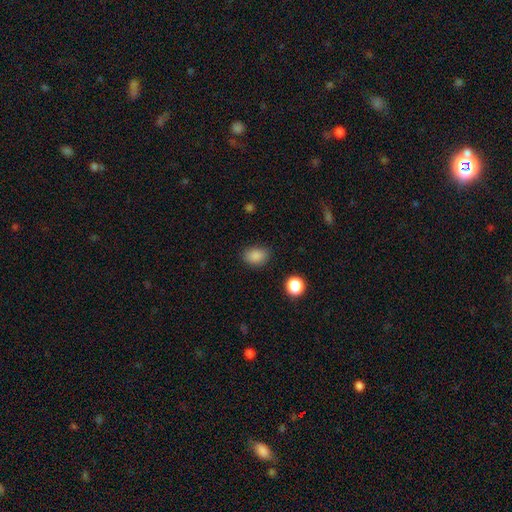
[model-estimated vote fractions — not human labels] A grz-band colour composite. It shows a smooth galaxy with no disk features (86%) that is in between round and cigar-shaped (70%). Merging: none (80%).